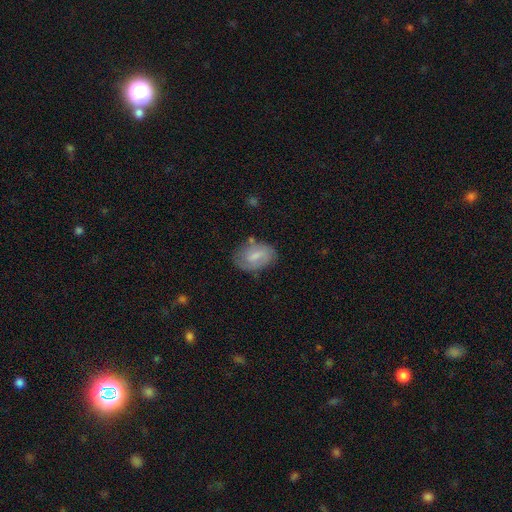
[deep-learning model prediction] This is possibly a smooth galaxy (59%). How rounded: clearly in between (86%). Merging: likely none (65%).